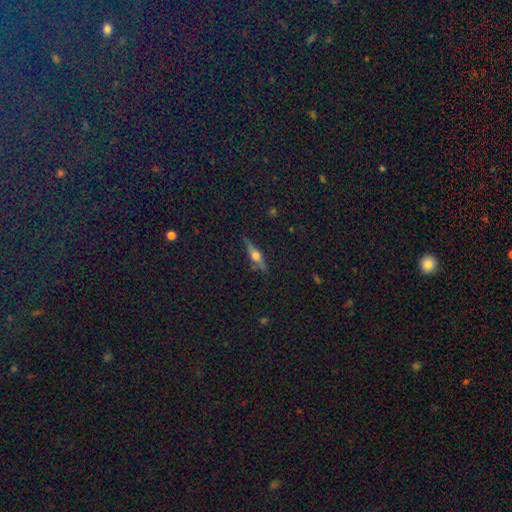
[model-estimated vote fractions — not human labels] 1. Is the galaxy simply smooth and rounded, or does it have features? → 66% featured or disk, 26% smooth, 8% star or artifact.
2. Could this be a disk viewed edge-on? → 96% yes, 4% no.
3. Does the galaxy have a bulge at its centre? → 94% rounded, 4% boxy, 3% none.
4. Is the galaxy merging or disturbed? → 86% none, 10% minor disturbance, 2% major disturbance, 2% merger.